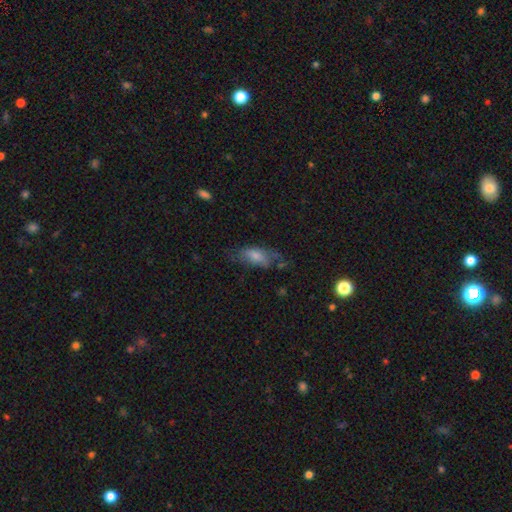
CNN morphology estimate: This appears to be a smooth galaxy with no disk features (67%) that is in between round and cigar-shaped (80%). Merging: none (46%).